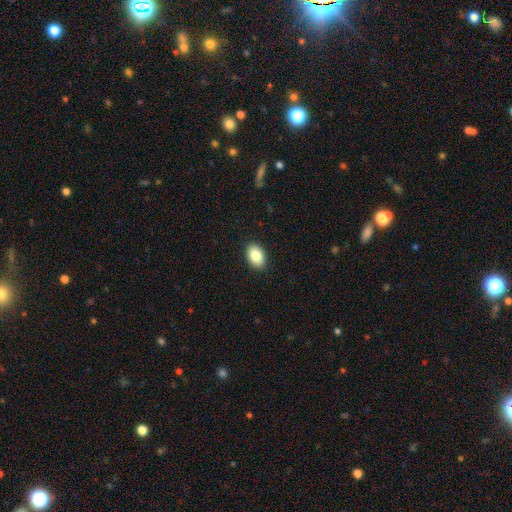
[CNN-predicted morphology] smooth-or-featured: smooth: 84% | featured or disk: 8% | star or artifact: 8%
  how-rounded: in between: 84% | round: 15% | cigar-shaped: 1%
  merging: none: 90% | minor disturbance: 7% | major disturbance: 2% | merger: 1%